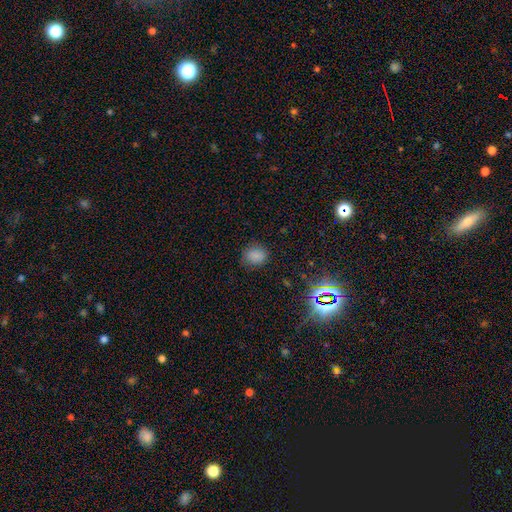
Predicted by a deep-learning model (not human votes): A smooth galaxy with no disk features (79%) that is round (66%).

Vote fractions:
- Smooth or featured? smooth: 79% / star or artifact: 16% / featured or disk: 5%
- How rounded? round: 66% / in between: 33% / cigar-shaped: 1%
- Merging? none: 79% / minor disturbance: 15% / major disturbance: 4% / merger: 1%